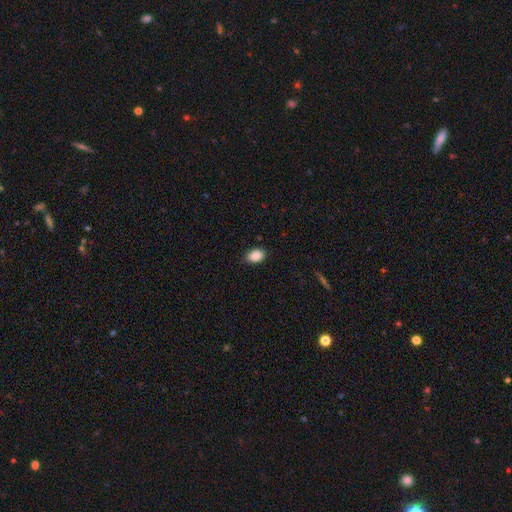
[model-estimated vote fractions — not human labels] smooth_or_featured: smooth (p=0.89) [alt: star or artifact p=0.08]
how_rounded: in between (p=0.79) [alt: round p=0.20]
merging: none (p=0.81) [alt: minor disturbance p=0.15]